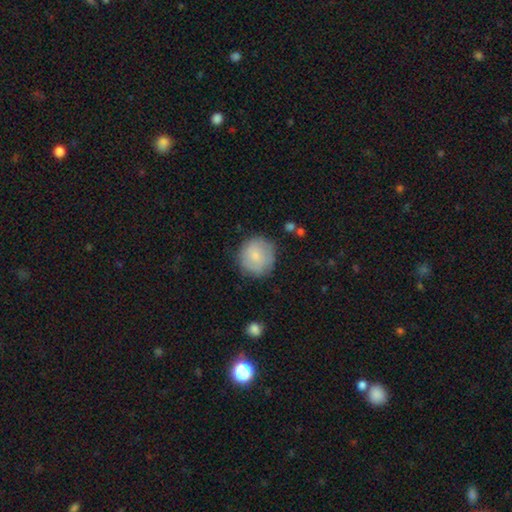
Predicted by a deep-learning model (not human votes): The model was most divided on "smooth or featured": smooth: 72%, featured or disk: 21%, star or artifact: 7%. More confident: how rounded — round (93%); merging — none (77%).